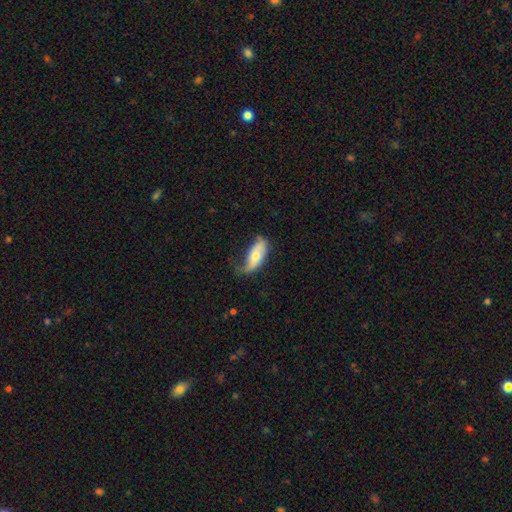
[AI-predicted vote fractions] This is possibly a smooth galaxy (52%). How rounded: clearly in between (84%). Merging: marginally minor disturbance (39%, tied with none).